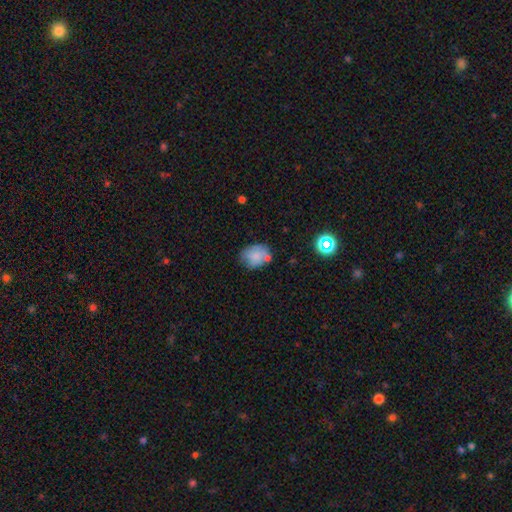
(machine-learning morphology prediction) This is likely a smooth galaxy (73%). How rounded: possibly in between (58%). Merging: possibly none (57%).